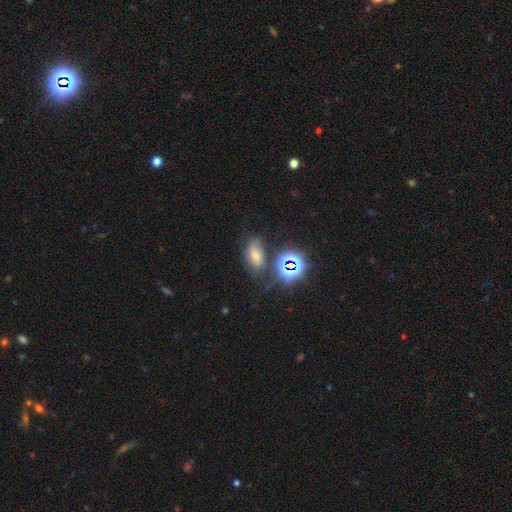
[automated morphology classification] Overall: smooth (53%; star or artifact 29%). How rounded: in between (86%). Merging: none (64%).